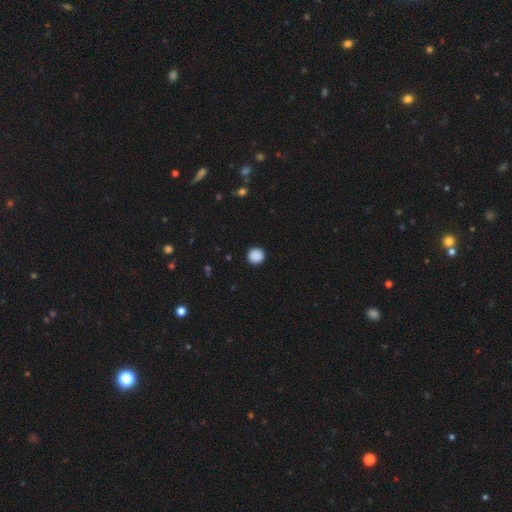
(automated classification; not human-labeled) This is clearly a smooth galaxy (89%). How rounded: clearly round (95%). Merging: clearly none (93%).